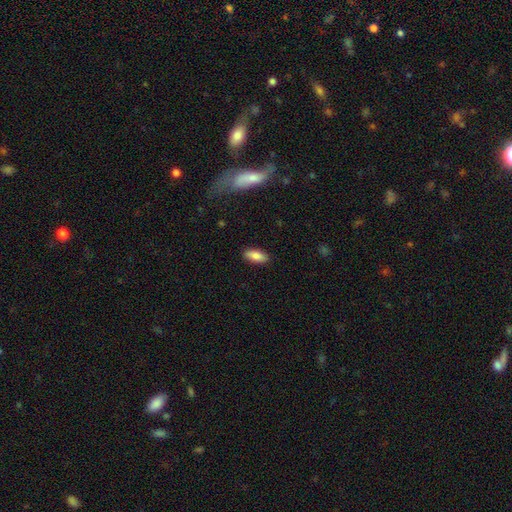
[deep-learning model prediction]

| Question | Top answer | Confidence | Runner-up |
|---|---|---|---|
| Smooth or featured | smooth | 84% | featured or disk (9%) |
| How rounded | in between | 82% | cigar-shaped (16%) |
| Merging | none | 87% | minor disturbance (9%) |